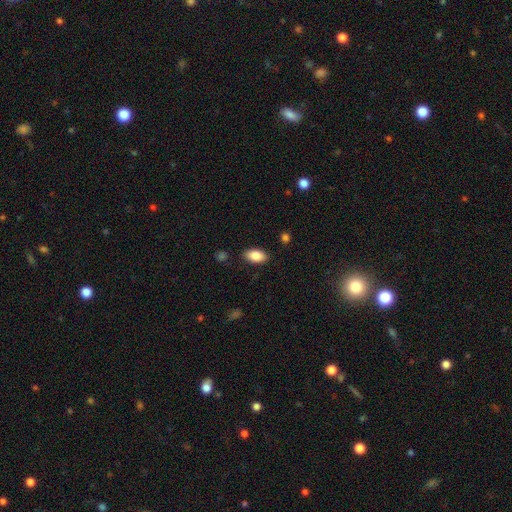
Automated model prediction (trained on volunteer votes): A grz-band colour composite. It shows a smooth galaxy with no disk features (86%) that is in between round and cigar-shaped (93%). Merging: none (86%).